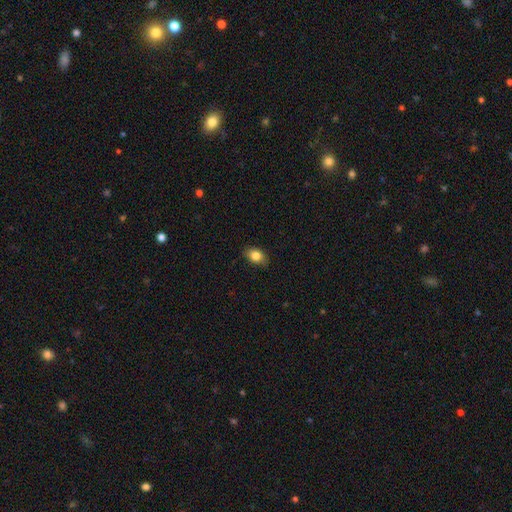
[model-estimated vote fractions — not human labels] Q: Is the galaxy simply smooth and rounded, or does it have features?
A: smooth — 83%.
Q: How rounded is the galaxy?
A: in between — 79%.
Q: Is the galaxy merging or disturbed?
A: none — 83%.